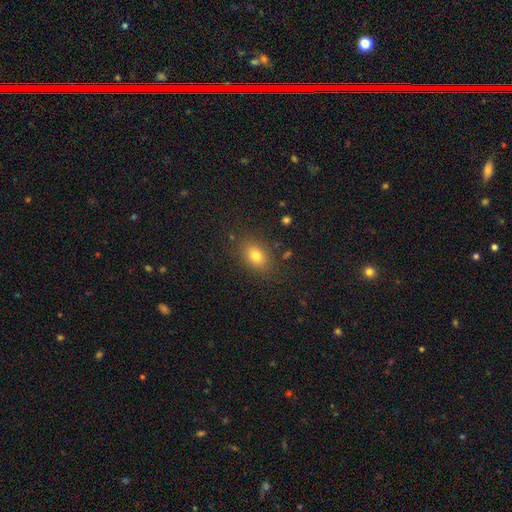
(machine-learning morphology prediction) A smooth galaxy with no disk features (78%) that is in between round and cigar-shaped (75%). Merging: none (83%).